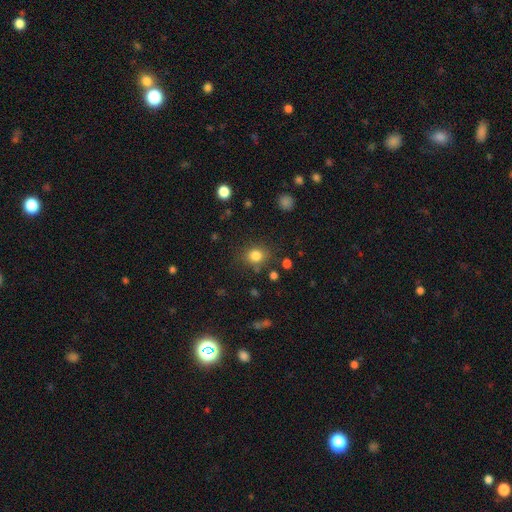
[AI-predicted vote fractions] smooth-or-featured: smooth: 82% | star or artifact: 12% | featured or disk: 6%
  how-rounded: round: 73% | in between: 26% | cigar-shaped: 1%
  merging: none: 80% | minor disturbance: 12% | major disturbance: 4% | merger: 4%